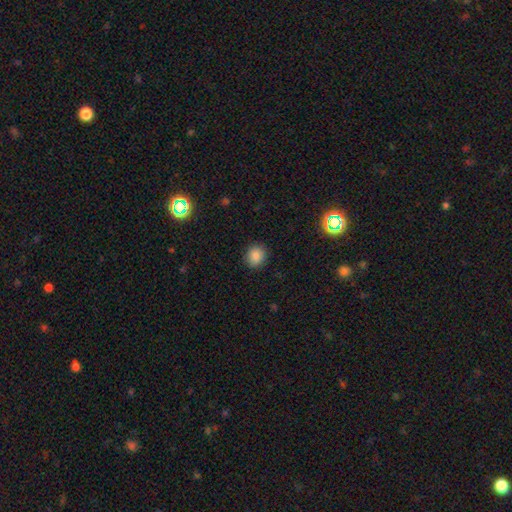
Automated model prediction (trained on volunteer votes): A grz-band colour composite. It shows a smooth galaxy with no disk features (85%) that is round (74%). Merging: none (89%).